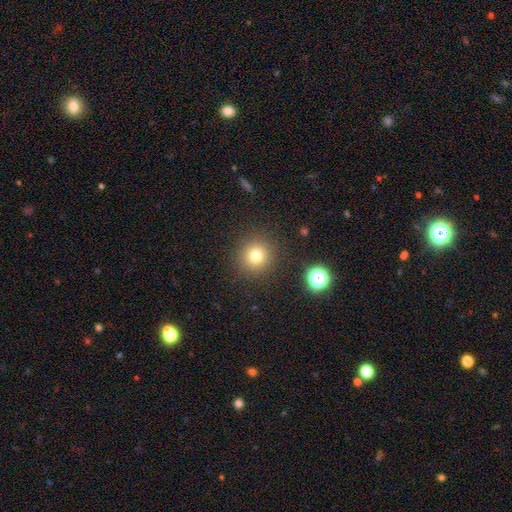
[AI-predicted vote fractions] Morphology: type=smooth (76%); roundness=round (93%); merging=none (90%).